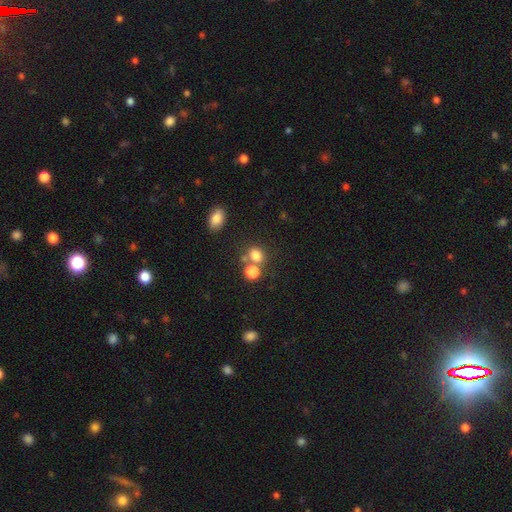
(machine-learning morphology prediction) smooth_or_featured: smooth (p=0.78) [alt: star or artifact p=0.14]
how_rounded: round (p=0.53) [alt: in between p=0.46]
merging: none (p=0.52) [alt: merger p=0.34]